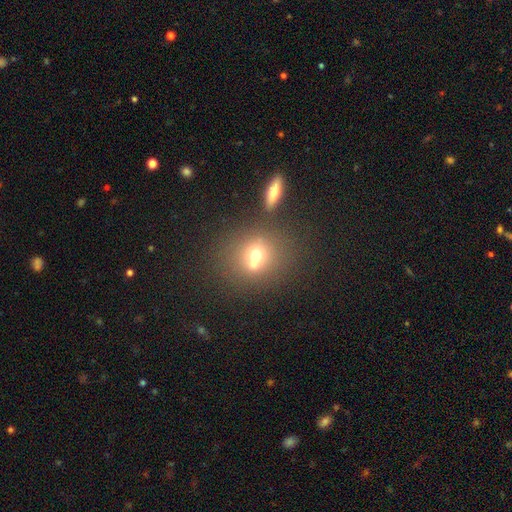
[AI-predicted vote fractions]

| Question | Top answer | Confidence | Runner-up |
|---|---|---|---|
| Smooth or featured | smooth | 64% | featured or disk (20%) |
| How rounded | round | 74% | in between (25%) |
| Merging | none | 50% | merger (34%) |